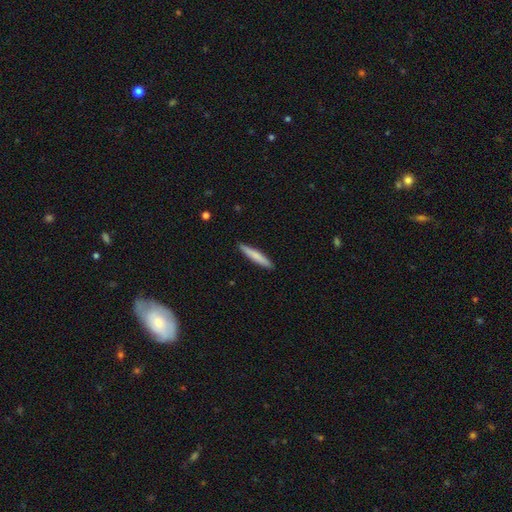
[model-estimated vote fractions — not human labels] smooth 76%, featured or disk 19%, star or artifact 5%. Down the decision tree: how rounded — cigar-shaped (93%); merging — none (90%).